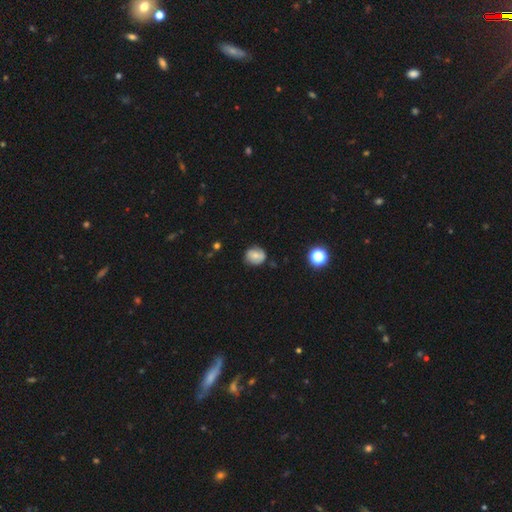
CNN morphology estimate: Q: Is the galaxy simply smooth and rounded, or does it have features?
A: smooth — 66%.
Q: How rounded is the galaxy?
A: round — 69%.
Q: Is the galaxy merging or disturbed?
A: none — 71%.